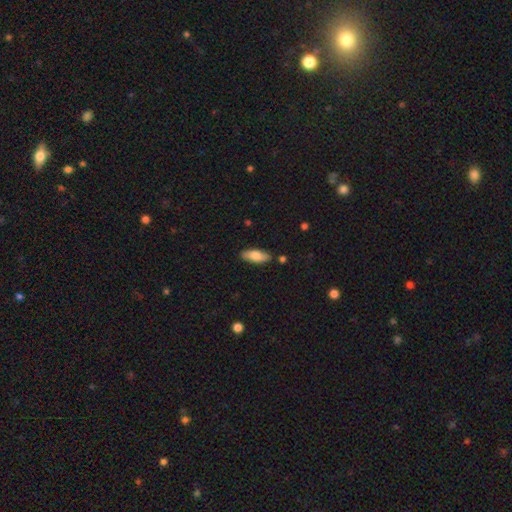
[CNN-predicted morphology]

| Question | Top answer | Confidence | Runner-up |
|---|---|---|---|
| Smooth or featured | smooth | 80% | featured or disk (14%) |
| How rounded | in between | 74% | cigar-shaped (24%) |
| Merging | none | 85% | minor disturbance (10%) |